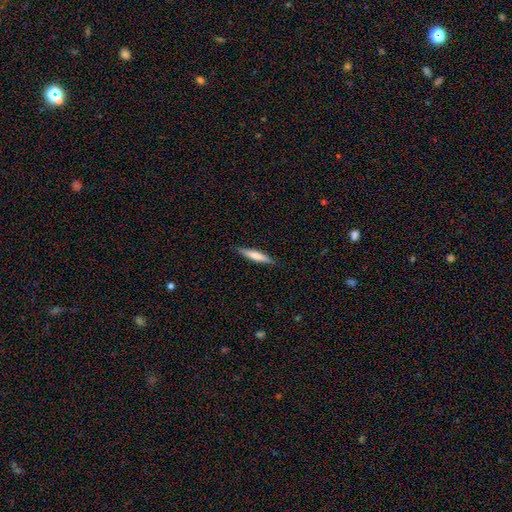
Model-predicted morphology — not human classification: smooth-or-featured: smooth: 71% | featured or disk: 24% | star or artifact: 5%
  how-rounded: cigar-shaped: 89% | in between: 10% | round: 1%
  merging: none: 88% | minor disturbance: 9% | major disturbance: 2% | merger: 1%